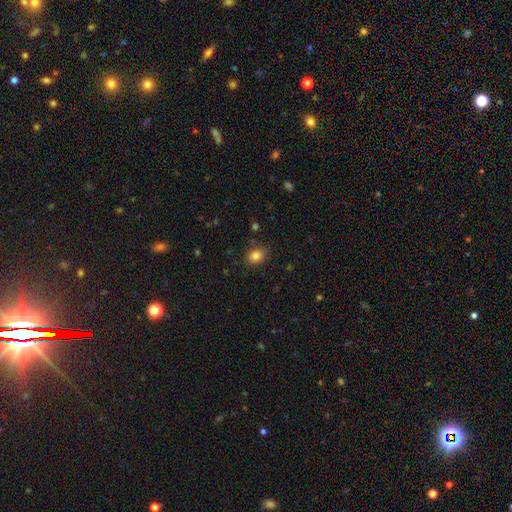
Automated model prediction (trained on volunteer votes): Smooth or featured? Predicted: smooth (p=0.84). How rounded? Predicted: in between (p=0.59). Merging? Predicted: none (p=0.81).